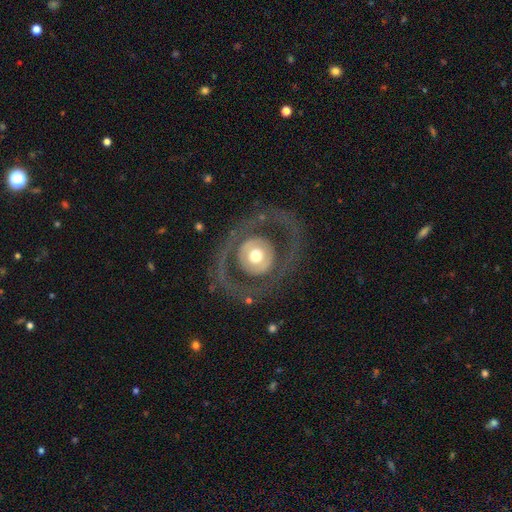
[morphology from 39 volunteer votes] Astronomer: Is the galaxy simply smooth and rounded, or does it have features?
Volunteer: featured or disk — 59%.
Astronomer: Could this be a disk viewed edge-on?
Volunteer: no — 87%.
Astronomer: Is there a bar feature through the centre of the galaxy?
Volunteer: no — 85%.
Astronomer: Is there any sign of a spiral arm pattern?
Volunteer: no — 95%.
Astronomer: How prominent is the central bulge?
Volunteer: moderate — 65%.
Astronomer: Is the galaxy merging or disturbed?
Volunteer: none — 81%.